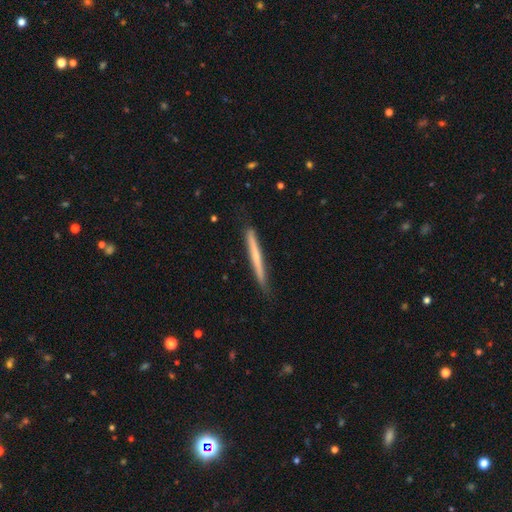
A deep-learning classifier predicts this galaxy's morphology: smooth 50%, featured or disk 44%, star or artifact 6%. Down the decision tree: how rounded — cigar-shaped (97%); merging — none (85%).